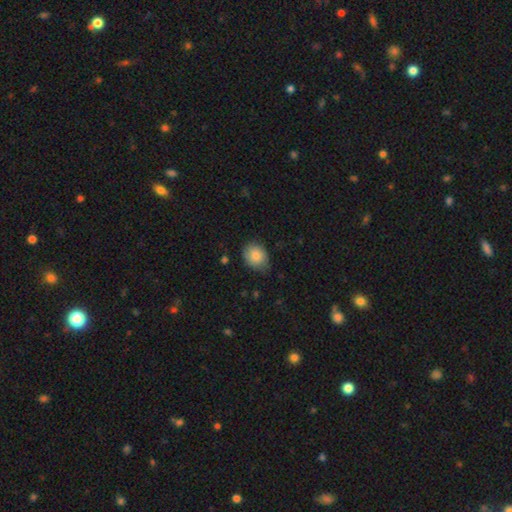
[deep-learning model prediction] A smooth galaxy with no disk features (84%) that is round (55%).

Vote fractions:
- Smooth or featured? smooth: 84% / featured or disk: 8% / star or artifact: 8%
- How rounded? round: 55% / in between: 44% / cigar-shaped: 1%
- Merging? none: 72% / minor disturbance: 23% / major disturbance: 4% / merger: 1%